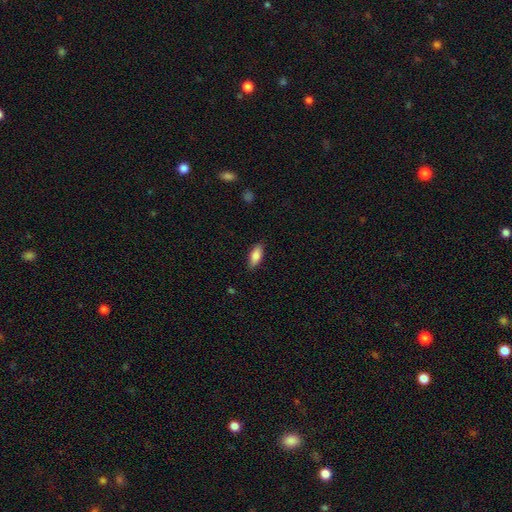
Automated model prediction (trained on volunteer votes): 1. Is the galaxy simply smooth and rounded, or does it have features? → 83% smooth, 11% featured or disk, 6% star or artifact.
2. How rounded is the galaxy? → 79% in between, 19% cigar-shaped, 2% round.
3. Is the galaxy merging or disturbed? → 86% none, 11% minor disturbance, 2% major disturbance, 1% merger.